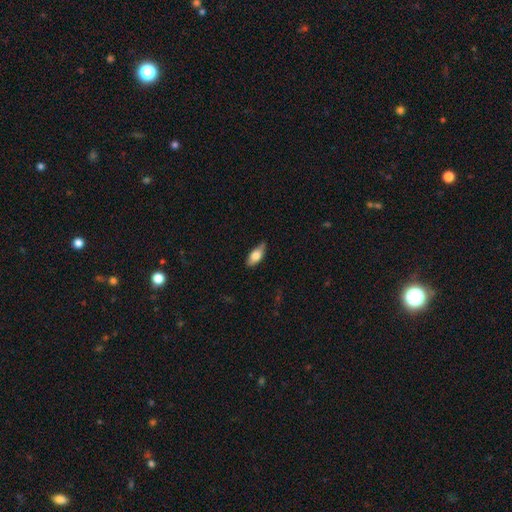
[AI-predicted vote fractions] A smooth galaxy with no disk features (72%) that is in between round and cigar-shaped (83%).

Vote fractions:
- Smooth or featured? smooth: 72% / featured or disk: 21% / star or artifact: 6%
- How rounded? in between: 83% / cigar-shaped: 14% / round: 3%
- Merging? none: 72% / minor disturbance: 23% / major disturbance: 3% / merger: 1%